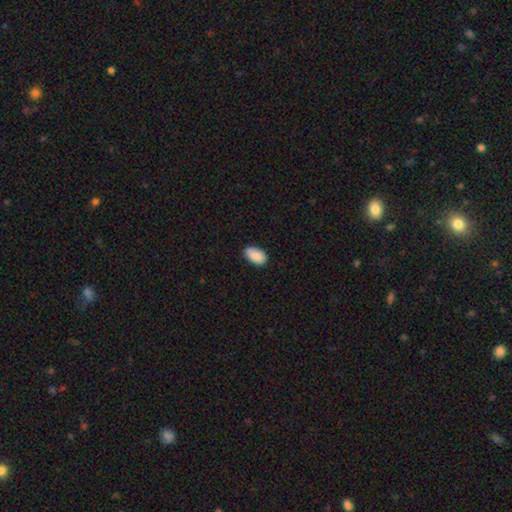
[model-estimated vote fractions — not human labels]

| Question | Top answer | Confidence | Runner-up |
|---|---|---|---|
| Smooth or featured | smooth | 89% | star or artifact (7%) |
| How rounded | in between | 94% | round (5%) |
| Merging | none | 83% | minor disturbance (14%) |